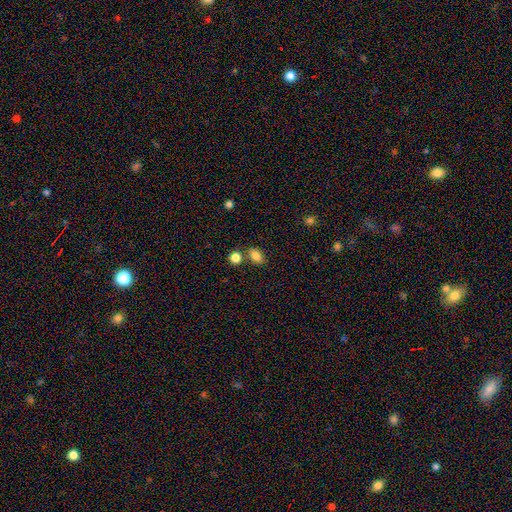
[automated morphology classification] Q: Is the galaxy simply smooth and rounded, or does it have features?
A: smooth — 84%.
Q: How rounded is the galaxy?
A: in between — 80%.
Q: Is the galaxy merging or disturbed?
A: none — 69%.